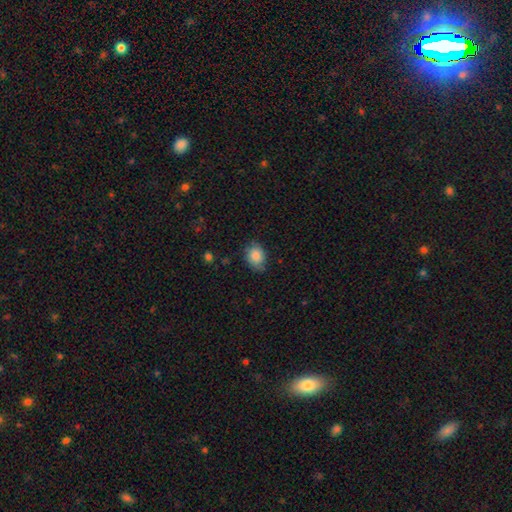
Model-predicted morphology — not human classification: smooth_or_featured: smooth (p=0.85) [alt: featured or disk p=0.08]
how_rounded: in between (p=0.50) [alt: round p=0.49]
merging: none (p=0.66) [alt: minor disturbance p=0.28]